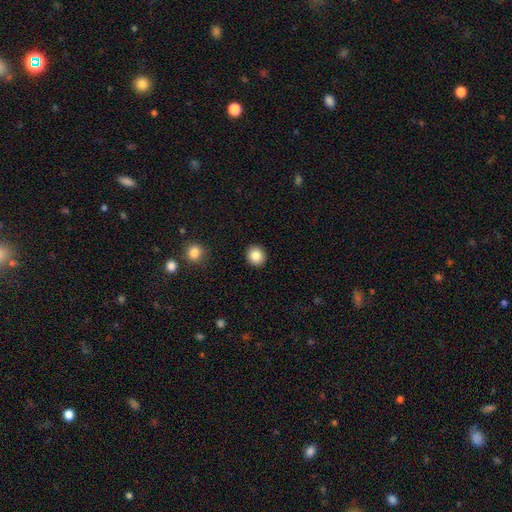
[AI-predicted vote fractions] Smooth or featured? smooth (85%)
How rounded? round (83%)
Merging? none (92%)